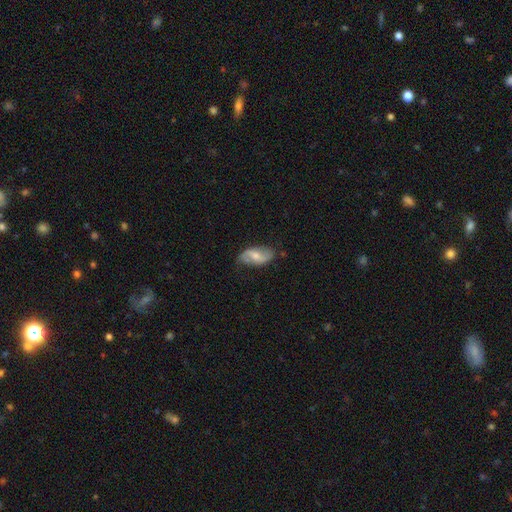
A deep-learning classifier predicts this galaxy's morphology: This appears to be a featured or disk galaxy (59%) with a weak bar (46%), spiral arms (84%) and a moderate central bulge (52%). Merging: none (71%).